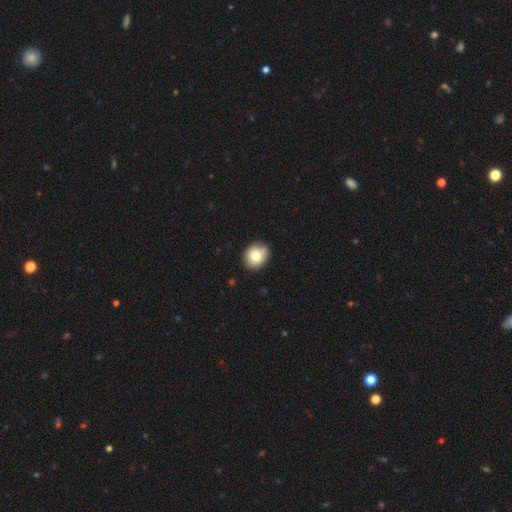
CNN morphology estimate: This appears to be a smooth galaxy with no disk features (79%) that is round (73%). Merging: none (84%).